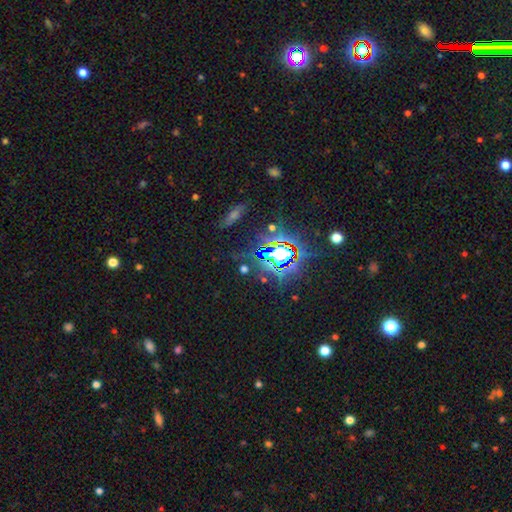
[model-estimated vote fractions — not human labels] Smooth or featured? star or artifact (74%)